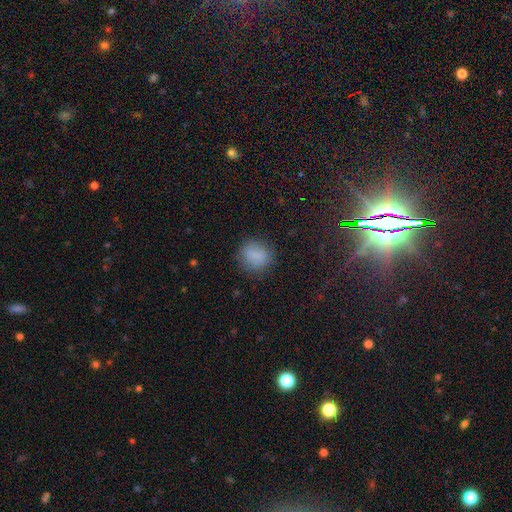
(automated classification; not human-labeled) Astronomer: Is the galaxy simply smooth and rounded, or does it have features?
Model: smooth — 82%.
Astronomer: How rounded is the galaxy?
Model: round — 81%.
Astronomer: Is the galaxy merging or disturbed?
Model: none — 80%.